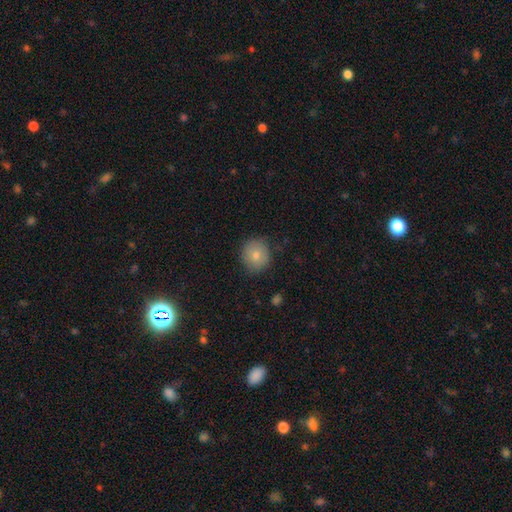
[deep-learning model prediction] This appears to be a smooth galaxy with no disk features (79%) that is round (89%). Merging: none (84%).